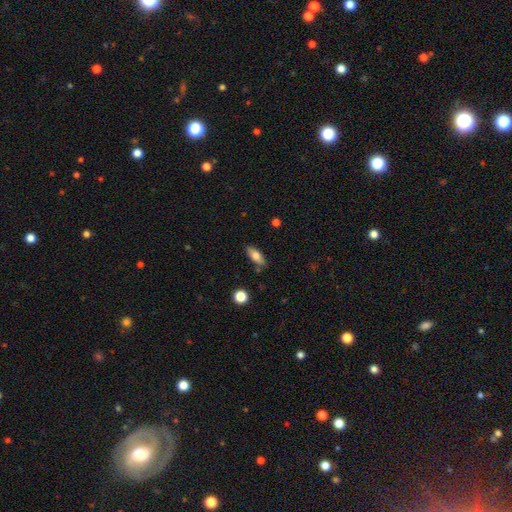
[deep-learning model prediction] Overall: smooth (71%). How rounded: in between (74%). Merging: none (82%).